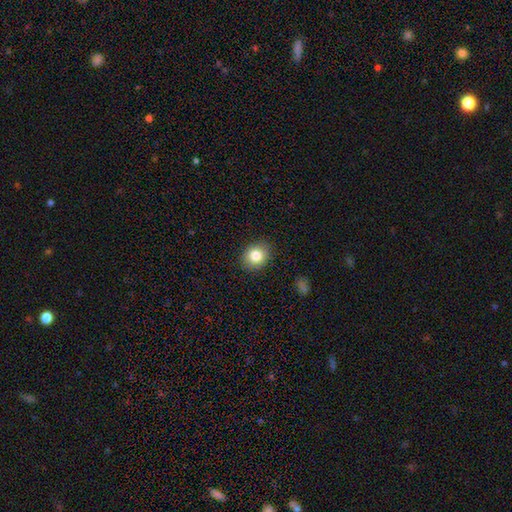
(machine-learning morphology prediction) smooth 82%, star or artifact 10%, featured or disk 8%. Down the decision tree: how rounded — round (63%); merging — none (88%).